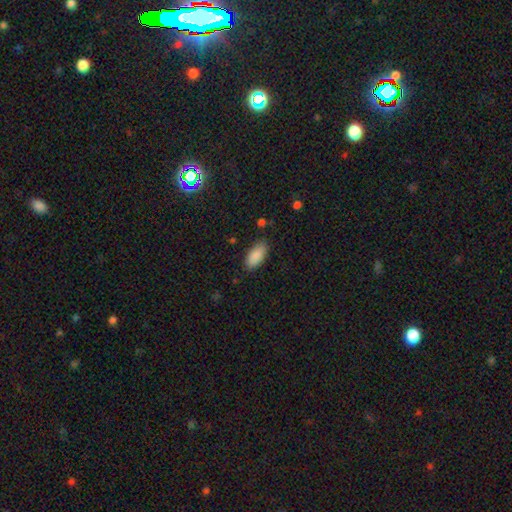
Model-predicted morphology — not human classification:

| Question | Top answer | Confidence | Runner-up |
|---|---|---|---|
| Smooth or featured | smooth | 89% | star or artifact (7%) |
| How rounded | in between | 91% | cigar-shaped (7%) |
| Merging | none | 83% | minor disturbance (13%) |